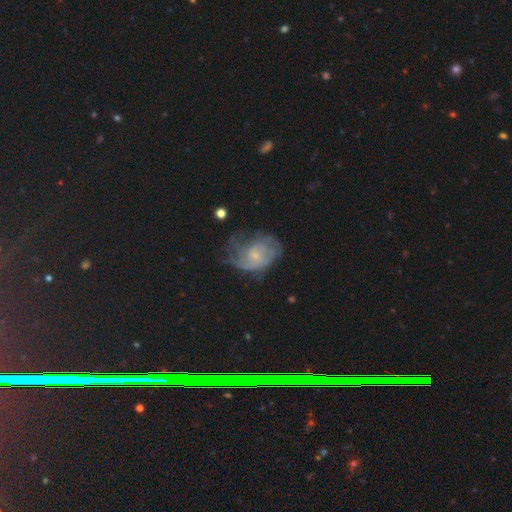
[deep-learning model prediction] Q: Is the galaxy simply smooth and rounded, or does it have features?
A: featured or disk — 69%.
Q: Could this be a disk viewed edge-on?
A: no — 97%.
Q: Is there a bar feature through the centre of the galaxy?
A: no — 70%.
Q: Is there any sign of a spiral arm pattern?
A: yes — 83%.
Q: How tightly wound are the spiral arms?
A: medium — 41%.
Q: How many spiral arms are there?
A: can't tell — 42%.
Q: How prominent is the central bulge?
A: small — 71%.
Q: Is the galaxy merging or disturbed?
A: none — 46%.